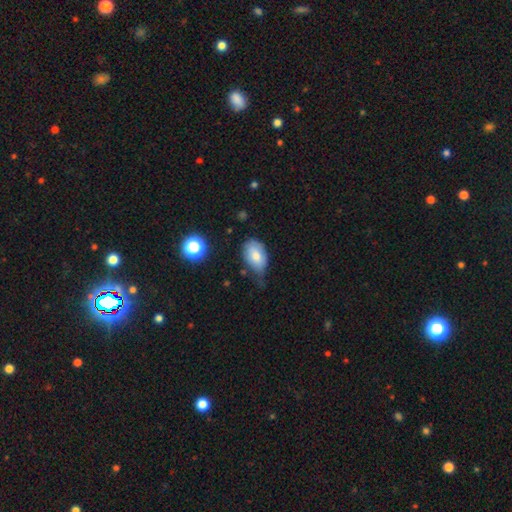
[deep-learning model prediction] smooth-or-featured: smooth: 75% | featured or disk: 16% | star or artifact: 9%
  how-rounded: in between: 87% | round: 12% | cigar-shaped: 1%
  merging: minor disturbance: 43% | none: 40% | major disturbance: 14% | merger: 3%